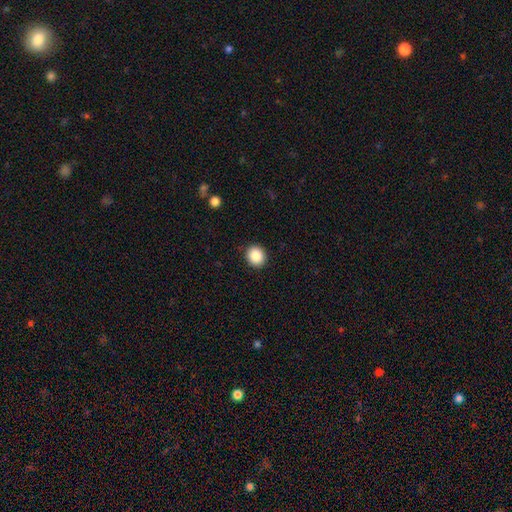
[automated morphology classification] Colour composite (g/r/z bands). It shows a smooth galaxy with no disk features (88%) that is round (82%). Merging: none (91%).